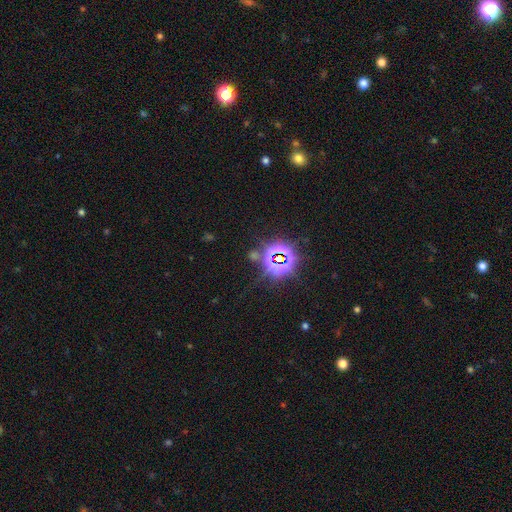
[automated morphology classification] smooth_or_featured: star or artifact (p=0.78) [alt: smooth p=0.14]